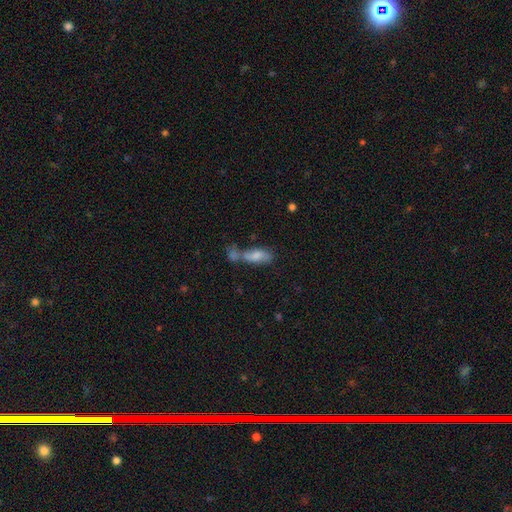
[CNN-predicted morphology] type=smooth (70%); roundness=in between (73%); merging=merger (46%).